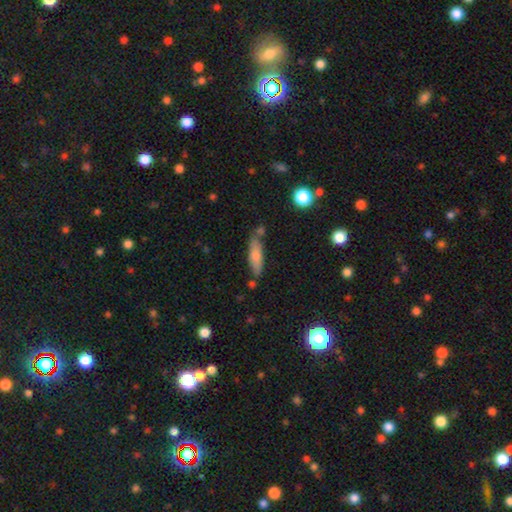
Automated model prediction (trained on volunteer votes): Morphology: type=smooth (68%); roundness=cigar-shaped (62%); merging=none (70%).